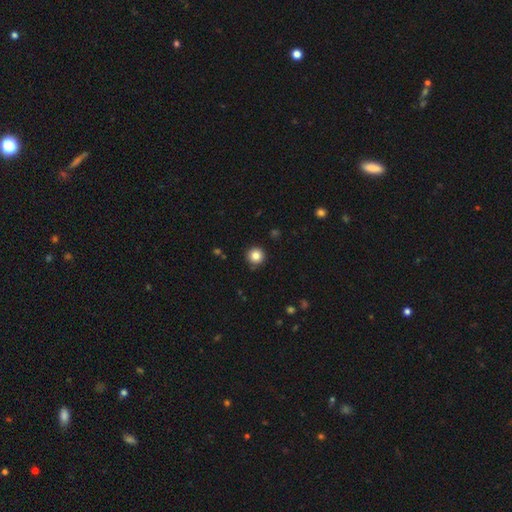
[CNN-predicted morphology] This is clearly a smooth galaxy (84%). How rounded: clearly round (96%). Merging: clearly none (90%).